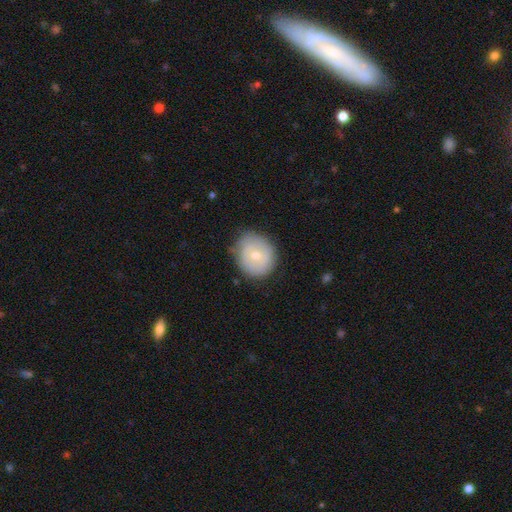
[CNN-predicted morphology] Smooth or featured: smooth — 48% (featured or disk — 45%)
Merging: none — 74% (minor disturbance — 20%)